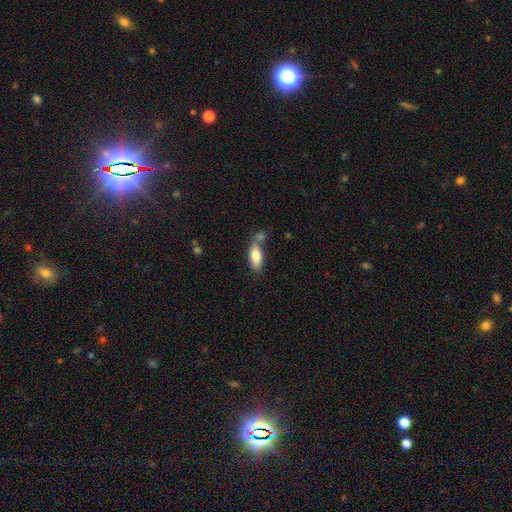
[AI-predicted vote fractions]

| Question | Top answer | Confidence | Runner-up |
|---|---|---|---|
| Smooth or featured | smooth | 79% | featured or disk (15%) |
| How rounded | in between | 79% | cigar-shaped (18%) |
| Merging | none | 48% | merger (31%) |